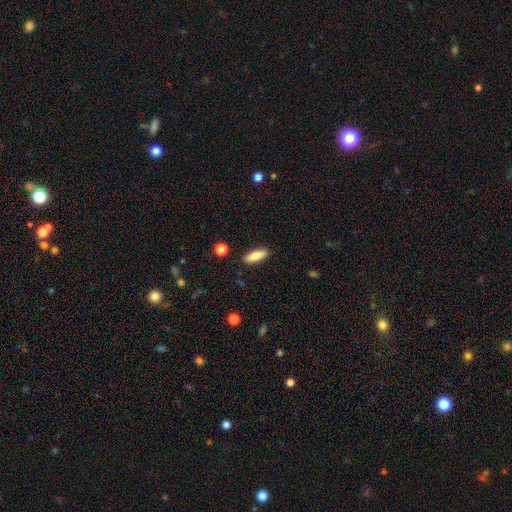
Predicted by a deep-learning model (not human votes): A smooth galaxy with no disk features (78%) that is in between round and cigar-shaped (67%). Merging: none (89%).